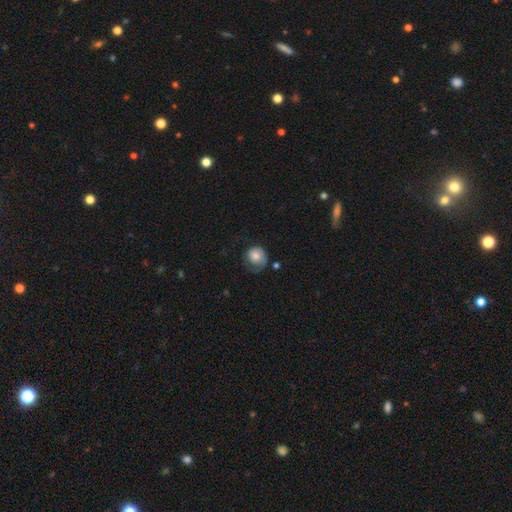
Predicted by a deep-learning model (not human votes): This is likely a smooth galaxy (71%). How rounded: likely round (79%). Merging: marginally none (43%).